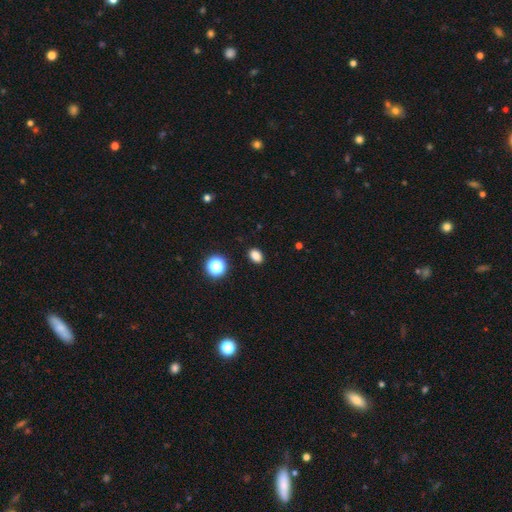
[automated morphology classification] A smooth galaxy with no disk features (83%) that is in between round and cigar-shaped (72%).

Vote fractions:
- Smooth or featured? smooth: 83% / star or artifact: 13% / featured or disk: 4%
- How rounded? in between: 72% / round: 27% / cigar-shaped: 1%
- Merging? none: 90% / minor disturbance: 7% / major disturbance: 2% / merger: 1%